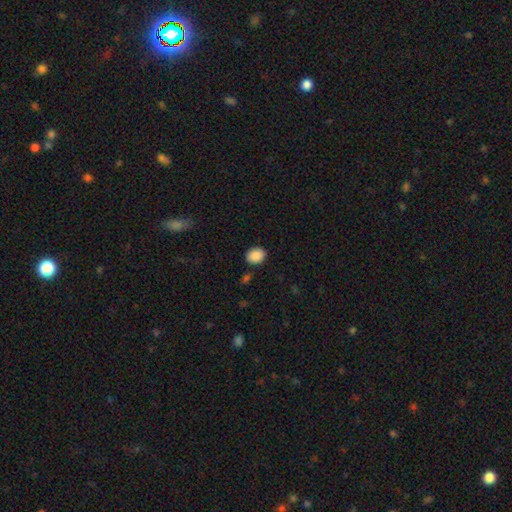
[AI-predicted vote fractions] smooth_or_featured: smooth (p=0.89) [alt: star or artifact p=0.08]
how_rounded: in between (p=0.52) [alt: round p=0.48]
merging: none (p=0.85) [alt: minor disturbance p=0.09]